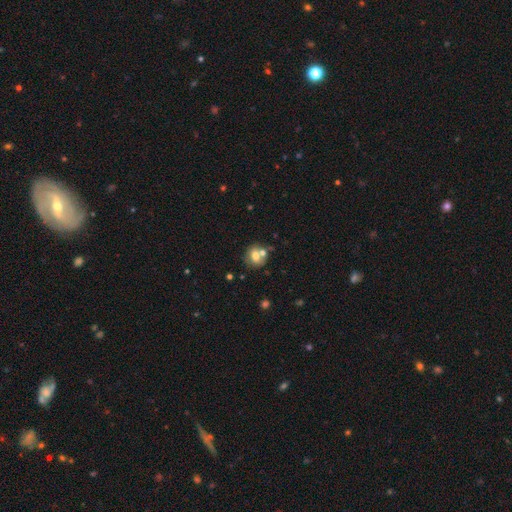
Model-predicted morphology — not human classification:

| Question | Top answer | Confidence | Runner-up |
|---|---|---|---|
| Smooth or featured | smooth | 69% | featured or disk (21%) |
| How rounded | round | 72% | in between (27%) |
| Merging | none | 56% | merger (28%) |